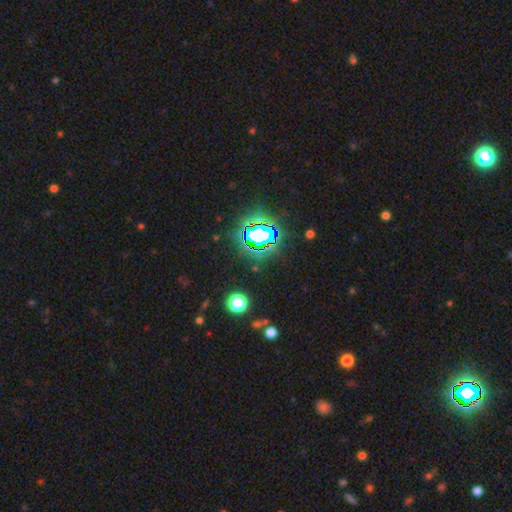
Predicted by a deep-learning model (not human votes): Morphology: type=star or artifact (83%).